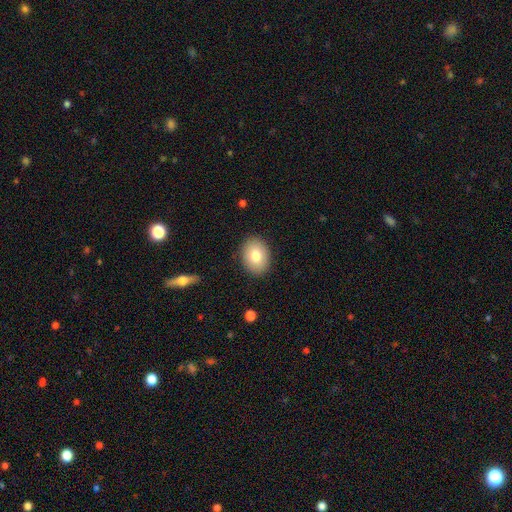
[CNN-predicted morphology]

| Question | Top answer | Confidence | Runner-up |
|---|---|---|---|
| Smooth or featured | smooth | 80% | featured or disk (13%) |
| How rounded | in between | 68% | round (31%) |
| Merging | none | 88% | minor disturbance (9%) |